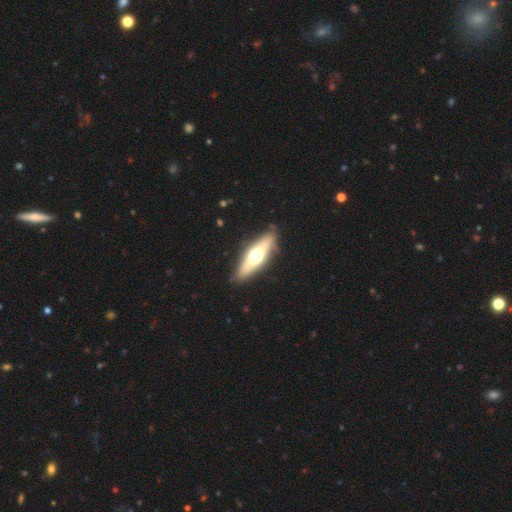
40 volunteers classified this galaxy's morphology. Volunteers were most divided on "smooth or featured": featured or disk: 52%, smooth: 42%, star or artifact: 5%. More confident: edge-on bulge — rounded (93%); merging — none (76%); edge-on disk — yes (71%).